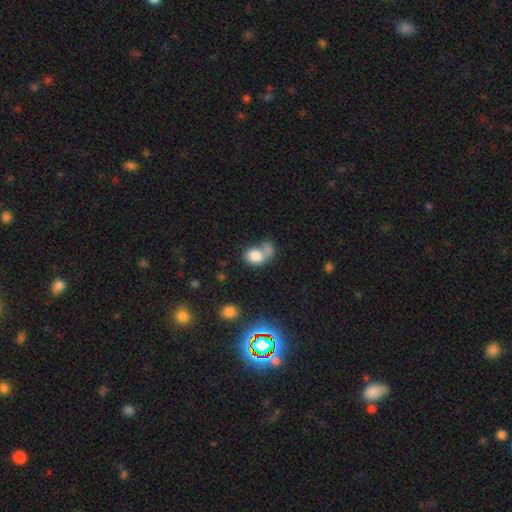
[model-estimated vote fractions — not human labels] A smooth galaxy with no disk features (79%) that is in between round and cigar-shaped (52%).

Vote fractions:
- Smooth or featured? smooth: 79% / featured or disk: 12% / star or artifact: 9%
- How rounded? in between: 52% / round: 47% / cigar-shaped: 1%
- Merging? merger: 54% / none: 26% / minor disturbance: 11% / major disturbance: 9%